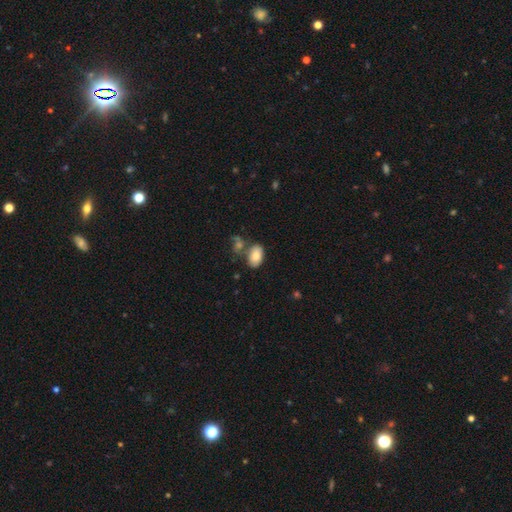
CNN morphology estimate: smooth 79%, featured or disk 13%, star or artifact 7%. Down the decision tree: how rounded — in between (91%); merging — none (58%).